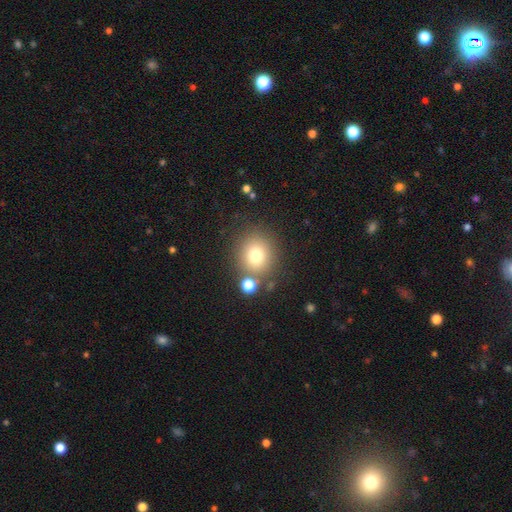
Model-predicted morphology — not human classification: The model was most divided on "smooth or featured": smooth: 76%, star or artifact: 14%, featured or disk: 10%. More confident: how rounded — round (84%); merging — none (75%).